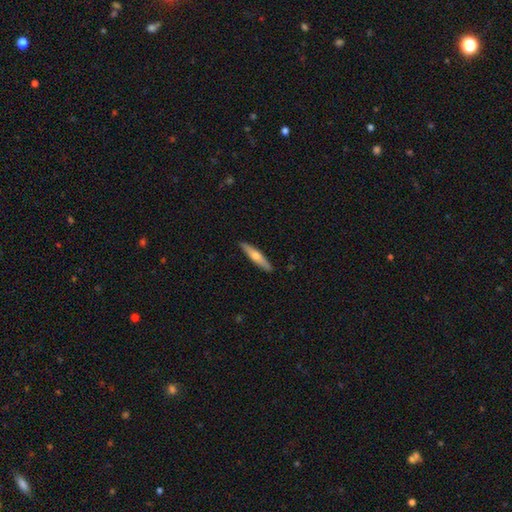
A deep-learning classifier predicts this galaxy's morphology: Q: Smooth or featured?
A: smooth (50%); runner-up: featured or disk (45%)
Q: Merging?
A: none (90%); runner-up: minor disturbance (7%)